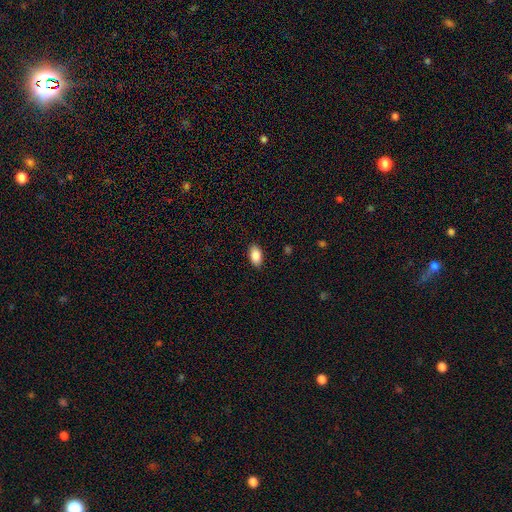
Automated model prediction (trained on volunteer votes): smooth 88%, star or artifact 7%, featured or disk 5%. Down the decision tree: how rounded — in between (93%); merging — none (88%).